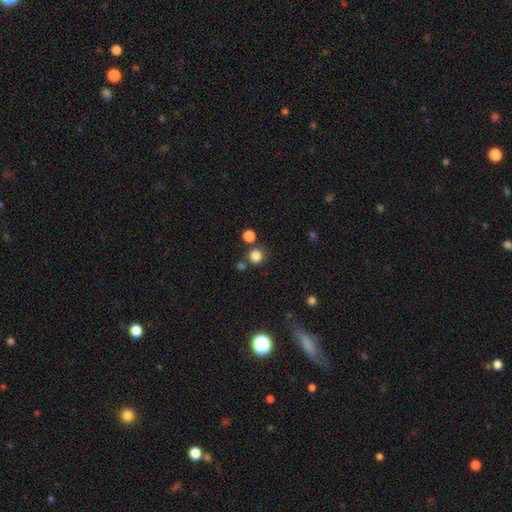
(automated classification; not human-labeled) Morphology: type=smooth (83%); roundness=round (88%); merging=none (76%).